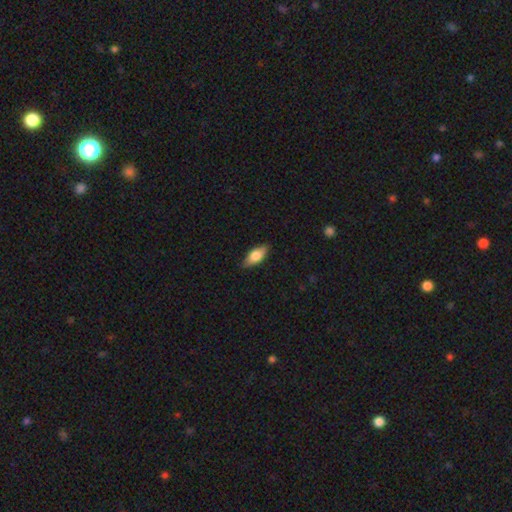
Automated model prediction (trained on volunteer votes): The model was most divided on "smooth or featured": smooth: 74%, featured or disk: 20%, star or artifact: 6%. More confident: merging — none (86%); how rounded — in between (81%).